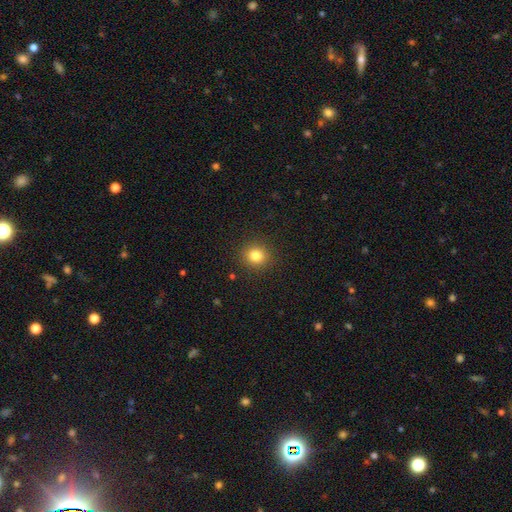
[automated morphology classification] A smooth galaxy with no disk features (82%) that is round (86%). Merging: none (90%).